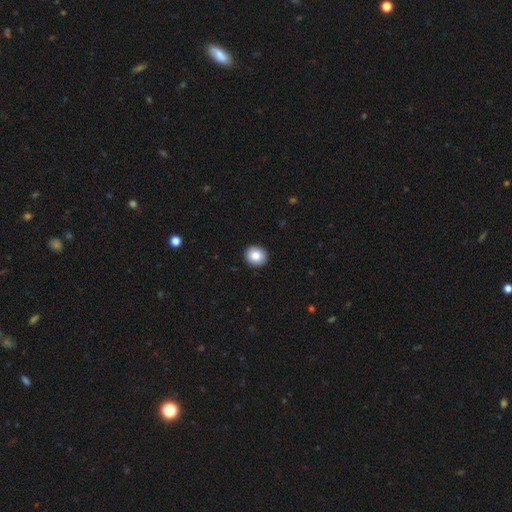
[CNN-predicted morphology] A smooth galaxy with no disk features (85%) that is round (85%). Merging: none (92%).